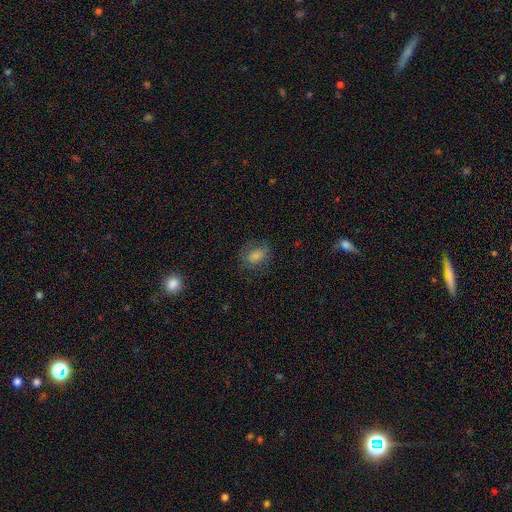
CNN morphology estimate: A smooth galaxy with no disk features (66%) that is in between round and cigar-shaped (66%).

Vote fractions:
- Smooth or featured? smooth: 66% / featured or disk: 20% / star or artifact: 15%
- How rounded? in between: 66% / round: 32% / cigar-shaped: 2%
- Merging? none: 73% / minor disturbance: 17% / major disturbance: 8% / merger: 1%